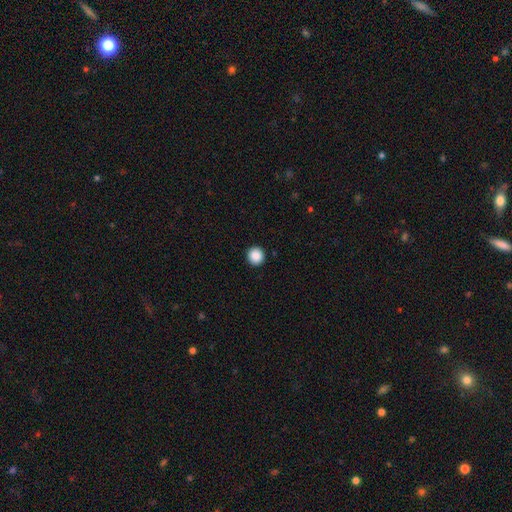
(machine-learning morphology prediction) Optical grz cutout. It shows a smooth galaxy with no disk features (88%) that is round (93%). Merging: none (93%).